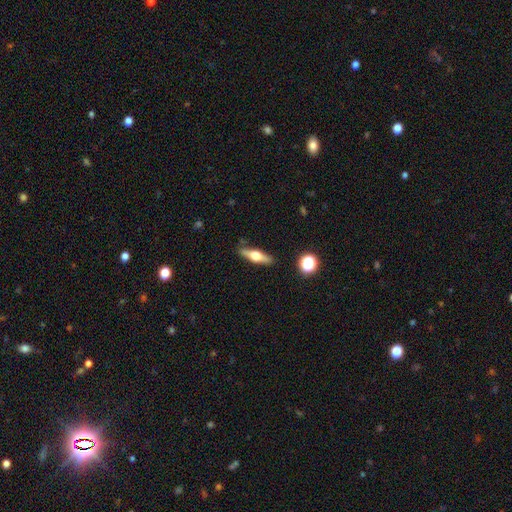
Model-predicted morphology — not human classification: The model was most divided on "smooth or featured": featured or disk: 53%, smooth: 40%, star or artifact: 7%. More confident: edge-on disk — yes (92%); merging — none (86%).